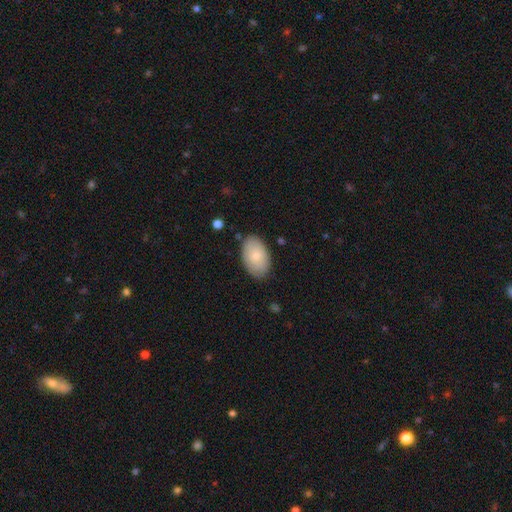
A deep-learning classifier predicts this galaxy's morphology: smooth 81%, featured or disk 13%, star or artifact 6%. Down the decision tree: how rounded — in between (93%); merging — none (84%).